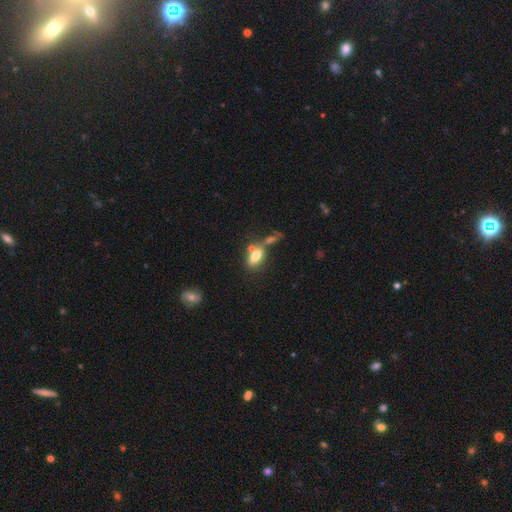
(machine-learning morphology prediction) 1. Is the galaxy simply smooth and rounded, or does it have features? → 71% smooth, 19% featured or disk, 10% star or artifact.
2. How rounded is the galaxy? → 83% in between, 10% cigar-shaped, 7% round.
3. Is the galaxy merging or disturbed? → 41% none, 37% merger, 14% minor disturbance, 8% major disturbance.